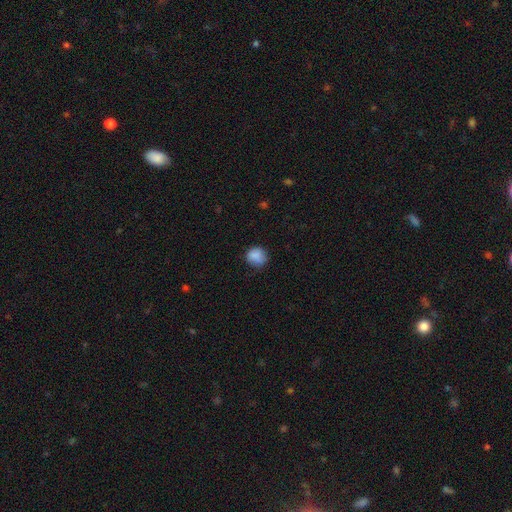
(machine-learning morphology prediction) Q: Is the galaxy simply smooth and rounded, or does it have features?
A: smooth — 87%.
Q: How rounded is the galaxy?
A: round — 84%.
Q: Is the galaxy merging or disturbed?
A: none — 76%.